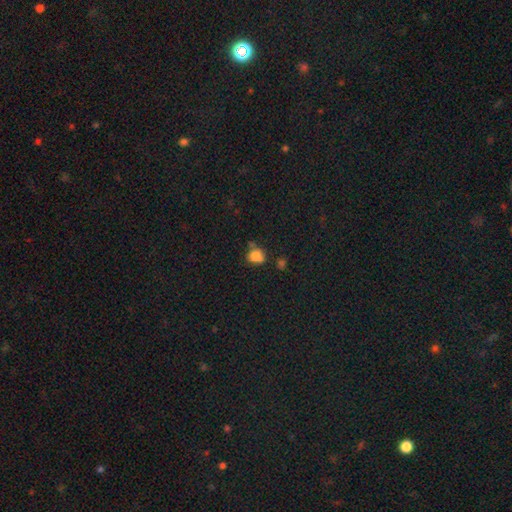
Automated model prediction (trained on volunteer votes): Smooth or featured?
  - smooth: 77% *
  - star or artifact: 13%
  - featured or disk: 9%
How rounded?
  - round: 66% *
  - in between: 33%
  - cigar-shaped: 1%
Merging?
  - none: 53% *
  - minor disturbance: 24%
  - merger: 16%
  - major disturbance: 7%